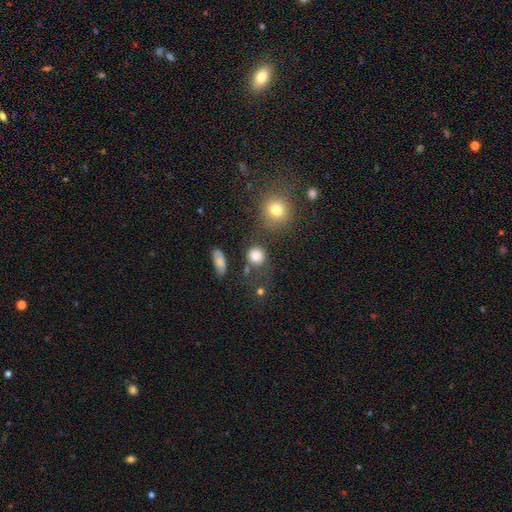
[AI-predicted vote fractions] A smooth galaxy with no disk features (81%) that is round (81%). Merging: none (65%).